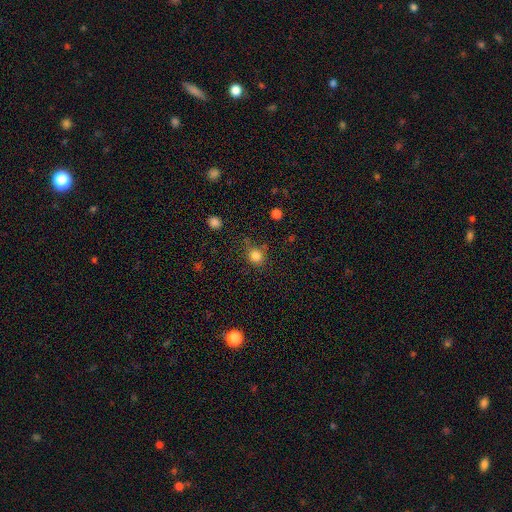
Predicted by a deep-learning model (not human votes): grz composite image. It shows a smooth galaxy with no disk features (82%) that is round (86%). Merging: none (75%).